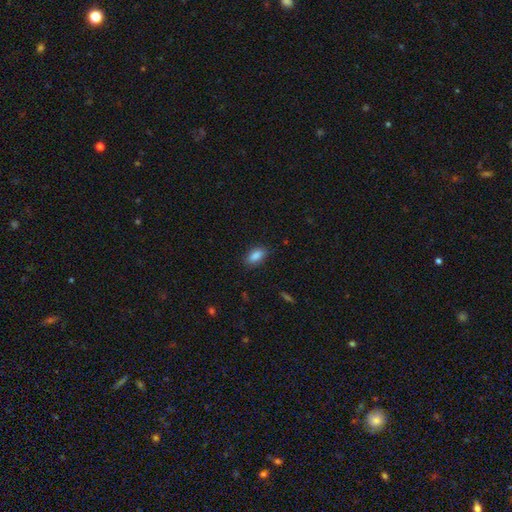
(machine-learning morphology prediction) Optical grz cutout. It shows a smooth galaxy with no disk features (87%) that is in between round and cigar-shaped (87%). Merging: none (86%).